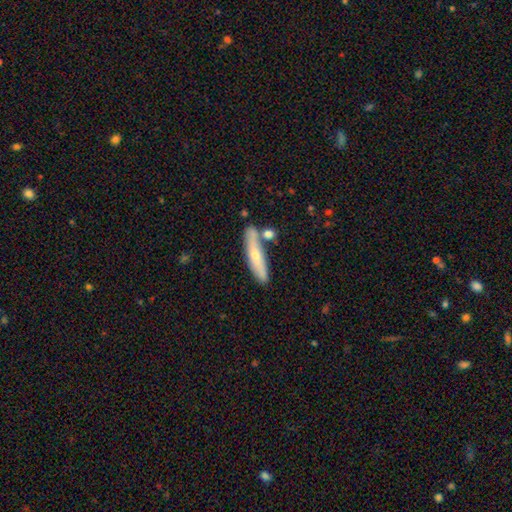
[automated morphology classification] Overall: smooth (54%; featured or disk 40%). How rounded: cigar-shaped (85%). Merging: none (71%).